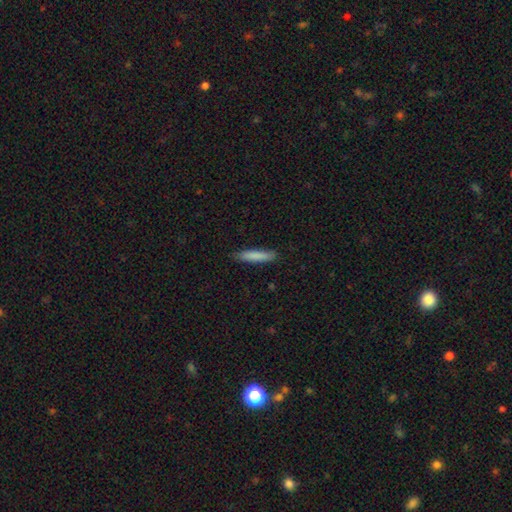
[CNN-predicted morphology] Smooth or featured? Predicted: smooth (p=0.83). How rounded? Predicted: cigar-shaped (p=0.89). Merging? Predicted: none (p=0.85).